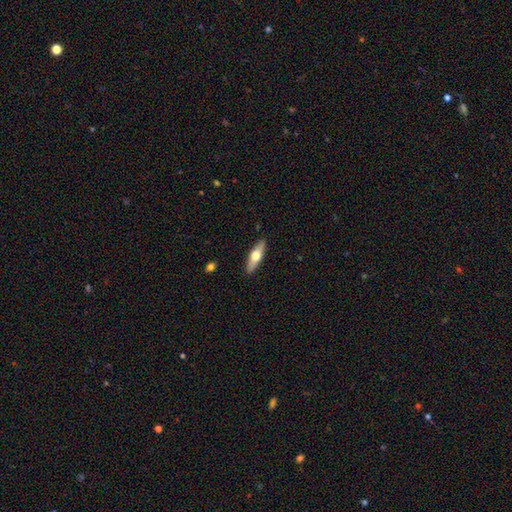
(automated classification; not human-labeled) smooth-or-featured: featured or disk: 48% | smooth: 46% | star or artifact: 5%
  merging: none: 90% | minor disturbance: 7% | major disturbance: 2% | merger: 1%